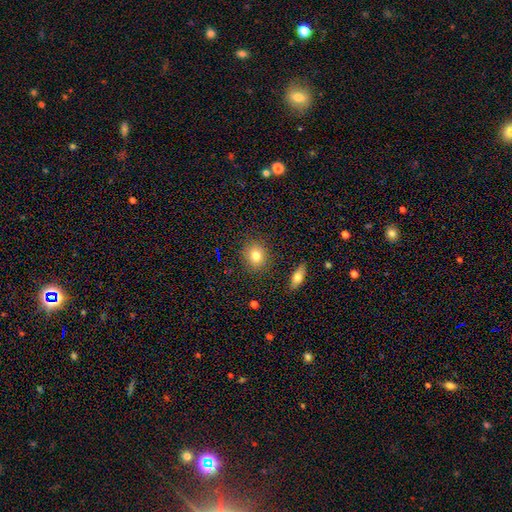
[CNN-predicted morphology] Q: Smooth or featured?
A: smooth (81%); runner-up: star or artifact (10%)
Q: How rounded?
A: round (66%); runner-up: in between (32%)
Q: Merging?
A: none (87%); runner-up: minor disturbance (8%)